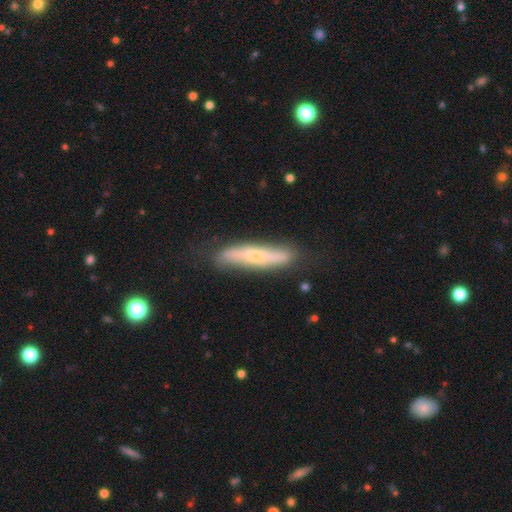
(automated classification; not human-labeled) Morphology: type=featured or disk (52%); edge-on=yes (67%); merging=none (77%).